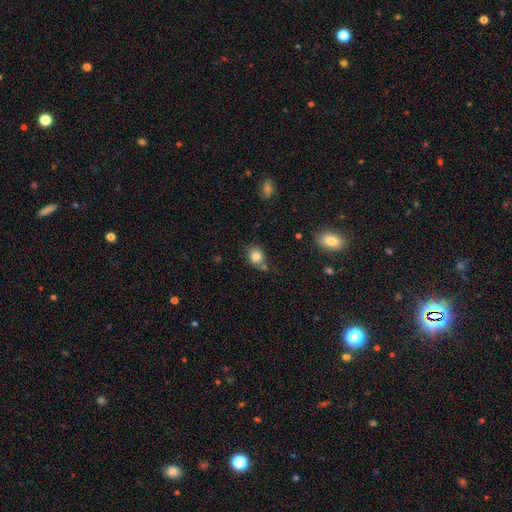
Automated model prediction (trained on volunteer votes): The model was most divided on "how rounded": round: 69%, in between: 30%, cigar-shaped: 1%. More confident: smooth or featured — smooth (82%); merging — none (64%).